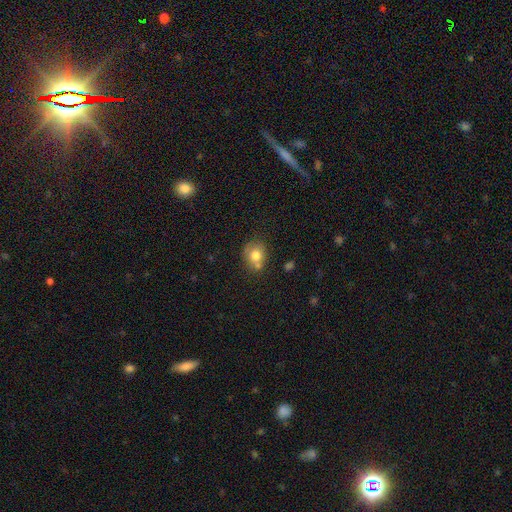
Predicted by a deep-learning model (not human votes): This appears to be a smooth galaxy with no disk features (74%) that is round (69%). Merging: none (50%).